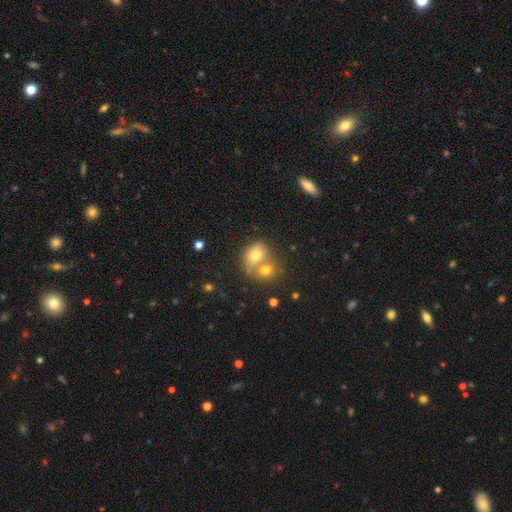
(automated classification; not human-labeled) Smooth or featured? Predicted: smooth (p=0.70). How rounded? Predicted: in between (p=0.52). Merging? Predicted: merger (p=0.59).